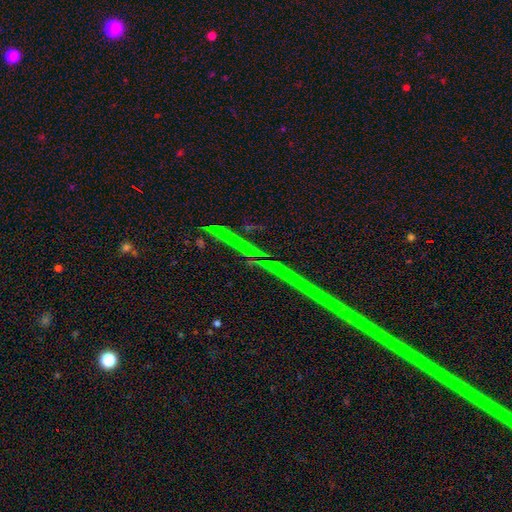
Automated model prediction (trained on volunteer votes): This appears to be a star or artifact, not a galaxy (83%).